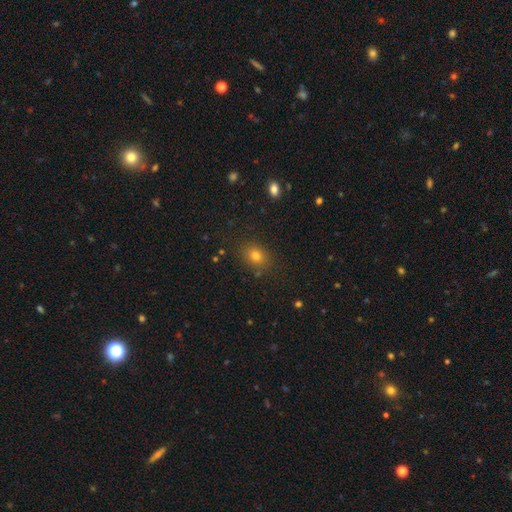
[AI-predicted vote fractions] A smooth galaxy with no disk features (76%) that is in between round and cigar-shaped (55%).

Vote fractions:
- Smooth or featured? smooth: 76% / star or artifact: 16% / featured or disk: 8%
- How rounded? in between: 55% / round: 44% / cigar-shaped: 1%
- Merging? none: 84% / minor disturbance: 11% / major disturbance: 3% / merger: 2%